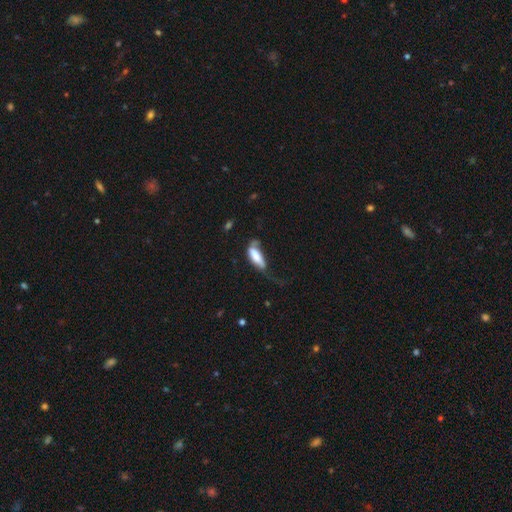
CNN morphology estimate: smooth 73%, featured or disk 20%, star or artifact 7%. Down the decision tree: how rounded — in between (68%); merging — major disturbance (47%).